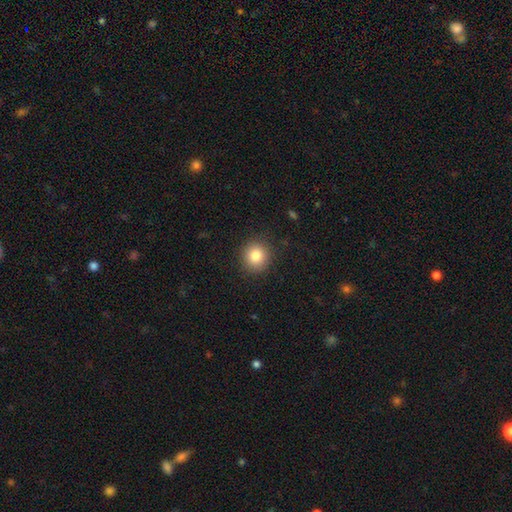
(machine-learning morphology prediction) This is clearly a smooth galaxy (83%). How rounded: clearly round (90%). Merging: clearly none (90%).